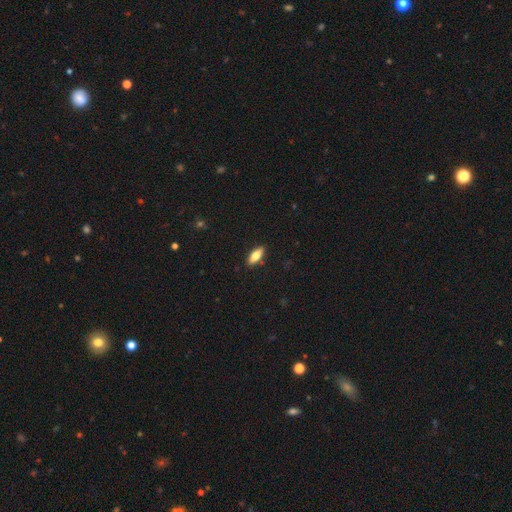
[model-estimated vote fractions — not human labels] Smooth or featured?
  - smooth: 72% *
  - featured or disk: 21%
  - star or artifact: 7%
How rounded?
  - in between: 72% *
  - cigar-shaped: 26%
  - round: 2%
Merging?
  - none: 89% *
  - minor disturbance: 8%
  - major disturbance: 2%
  - merger: 1%